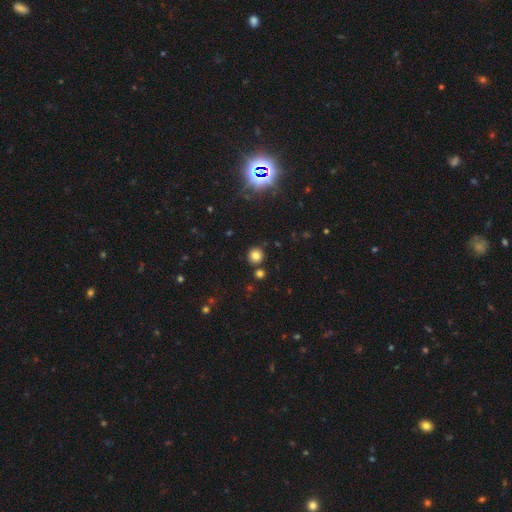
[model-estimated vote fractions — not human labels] Q: Smooth or featured?
A: smooth (80%); runner-up: star or artifact (14%)
Q: How rounded?
A: round (92%); runner-up: in between (7%)
Q: Merging?
A: none (84%); runner-up: minor disturbance (7%)